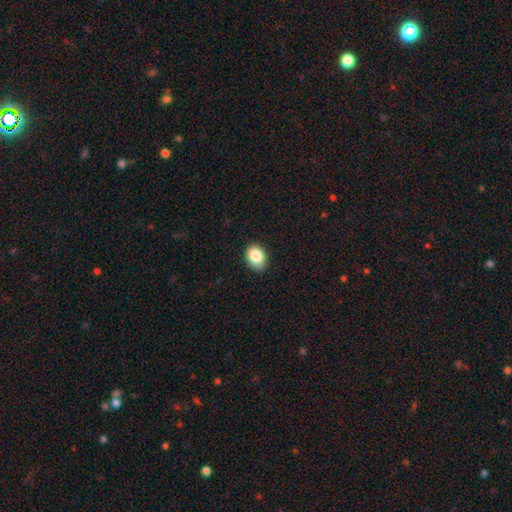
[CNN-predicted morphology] Overall: smooth (86%). How rounded: in between (71%). Merging: none (84%).